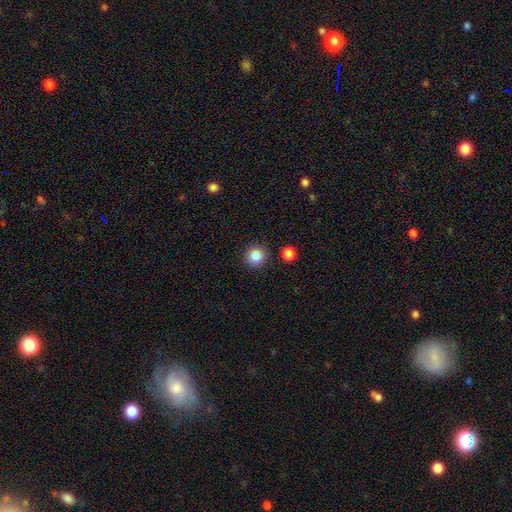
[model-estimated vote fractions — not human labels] Overall: smooth (82%). How rounded: round (92%). Merging: none (86%).